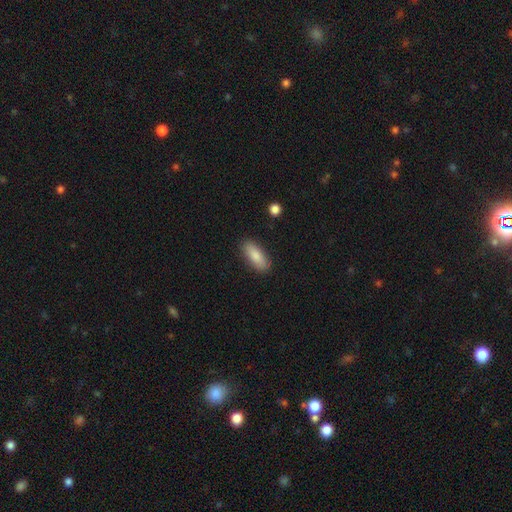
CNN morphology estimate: Overall: smooth (84%). How rounded: in between (73%). Merging: none (86%).